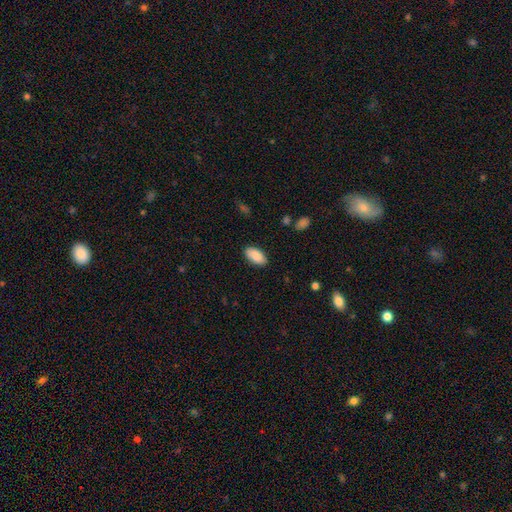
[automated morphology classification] This is clearly a smooth galaxy (87%). How rounded: clearly in between (95%). Merging: clearly none (87%).